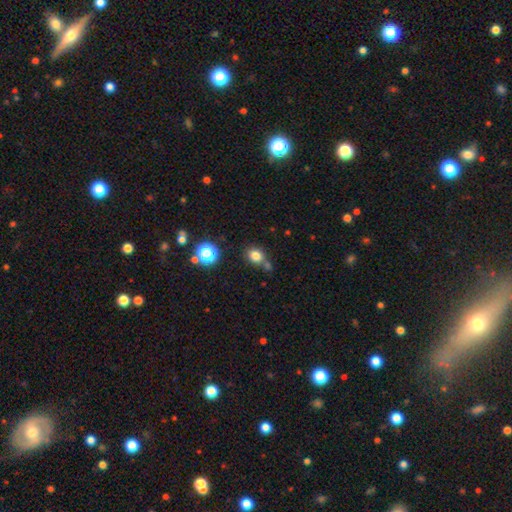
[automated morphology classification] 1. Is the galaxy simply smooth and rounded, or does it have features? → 79% smooth, 14% star or artifact, 7% featured or disk.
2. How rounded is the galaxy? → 66% round, 33% in between, 1% cigar-shaped.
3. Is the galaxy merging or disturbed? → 66% none, 15% merger, 15% minor disturbance, 4% major disturbance.